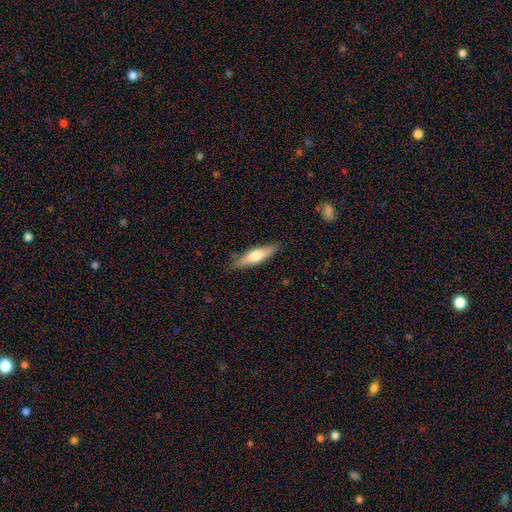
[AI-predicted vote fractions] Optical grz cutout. It shows a smooth galaxy with no disk features (60%) that is cigar-shaped (67%). Merging: none (85%).